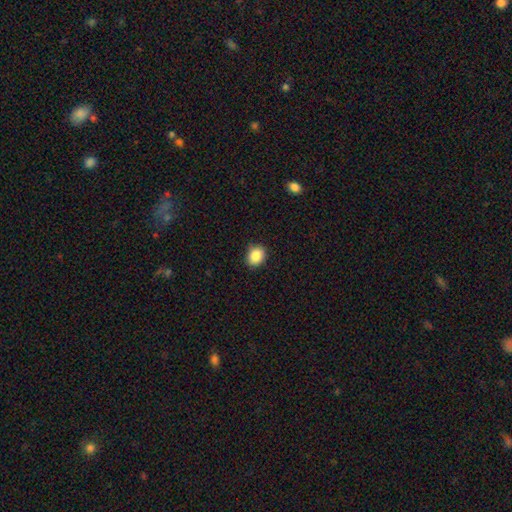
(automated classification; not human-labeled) Smooth or featured?
  - smooth: 87% *
  - star or artifact: 9%
  - featured or disk: 4%
How rounded?
  - round: 62% *
  - in between: 38%
  - cigar-shaped: 1%
Merging?
  - none: 86% *
  - minor disturbance: 11%
  - major disturbance: 2%
  - merger: 1%